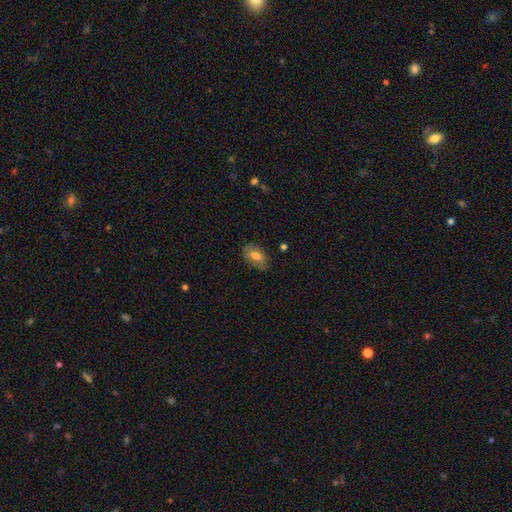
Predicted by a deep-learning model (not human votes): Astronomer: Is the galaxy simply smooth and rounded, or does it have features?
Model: smooth — 69%.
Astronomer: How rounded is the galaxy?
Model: in between — 88%.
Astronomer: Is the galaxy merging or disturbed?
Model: none — 71%.